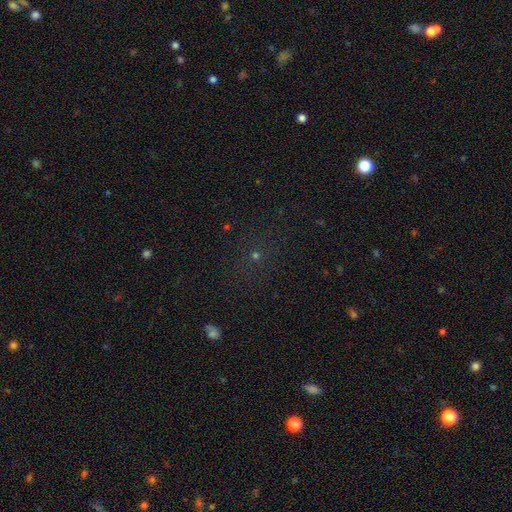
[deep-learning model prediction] This appears to be a star or artifact, not a galaxy (52%).